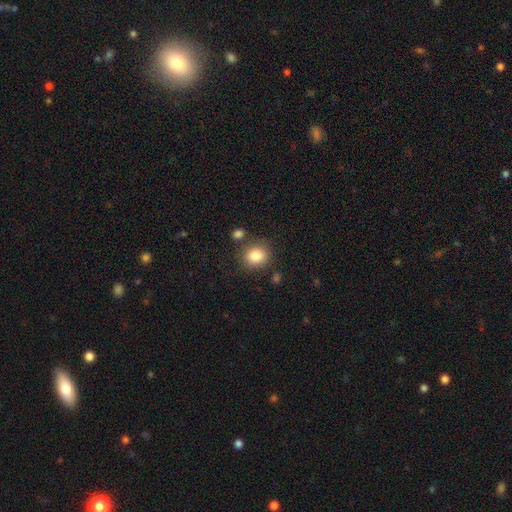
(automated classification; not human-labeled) Smooth or featured? smooth (84%)
How rounded? round (70%)
Merging? none (78%)